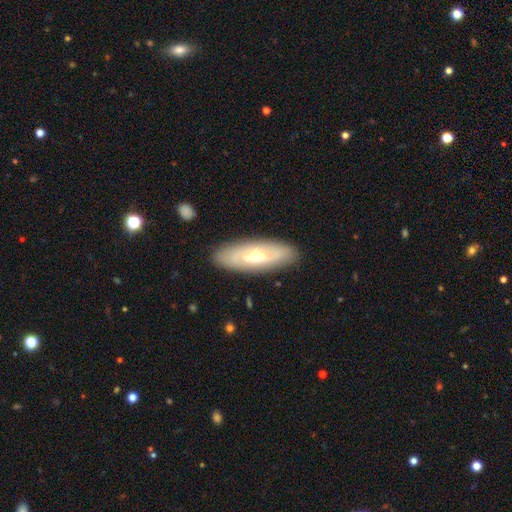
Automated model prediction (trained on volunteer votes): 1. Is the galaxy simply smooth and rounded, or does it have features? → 56% featured or disk, 38% smooth, 6% star or artifact.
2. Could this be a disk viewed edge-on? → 73% no, 27% yes.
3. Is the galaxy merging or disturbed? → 87% none, 9% minor disturbance, 2% major disturbance, 1% merger.